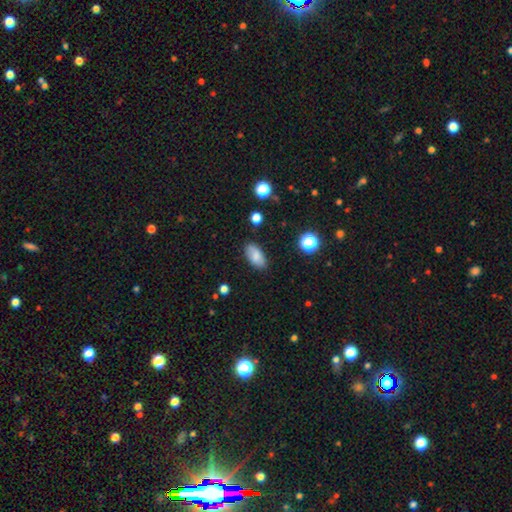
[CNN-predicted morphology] Q: Smooth or featured?
A: smooth (82%); runner-up: featured or disk (9%)
Q: How rounded?
A: in between (92%); runner-up: cigar-shaped (4%)
Q: Merging?
A: none (84%); runner-up: minor disturbance (12%)